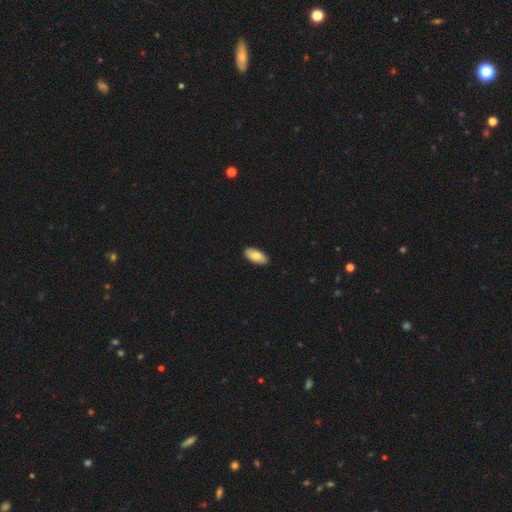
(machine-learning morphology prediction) Smooth or featured? smooth (81%)
How rounded? in between (91%)
Merging? none (90%)